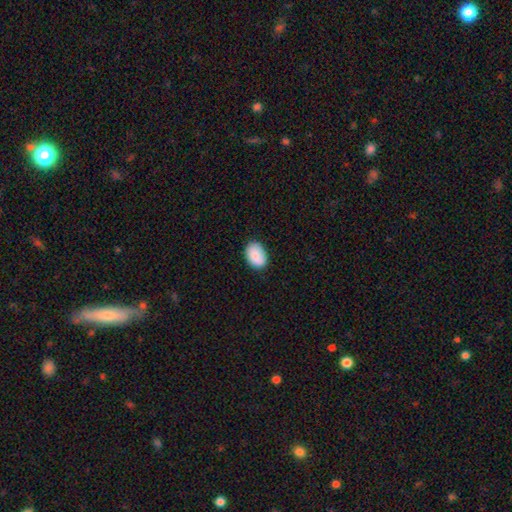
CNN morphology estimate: Q: Smooth or featured?
A: smooth (84%); runner-up: featured or disk (9%)
Q: How rounded?
A: in between (83%); runner-up: round (16%)
Q: Merging?
A: none (84%); runner-up: minor disturbance (13%)